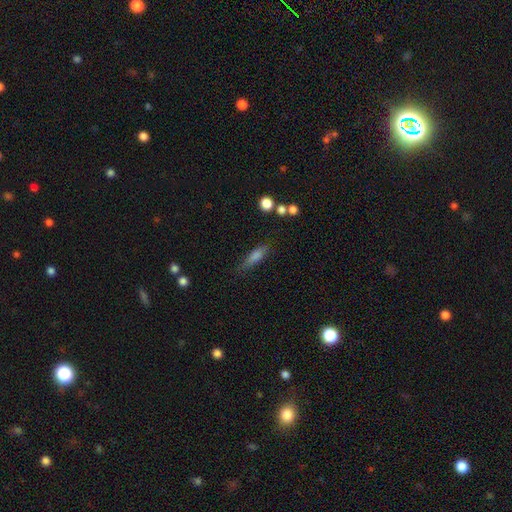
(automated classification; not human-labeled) smooth_or_featured: smooth (p=0.71) [alt: featured or disk p=0.18]
how_rounded: cigar-shaped (p=0.59) [alt: in between p=0.38]
merging: none (p=0.72) [alt: minor disturbance p=0.20]